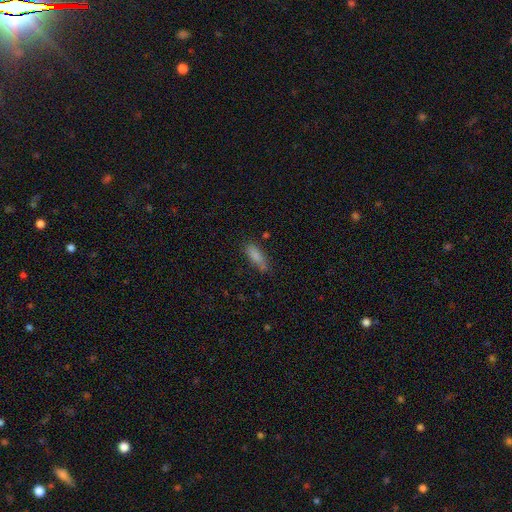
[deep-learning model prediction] The model was most divided on "how rounded": in between: 57%, cigar-shaped: 41%, round: 2%. More confident: smooth or featured — smooth (82%); merging — none (64%).